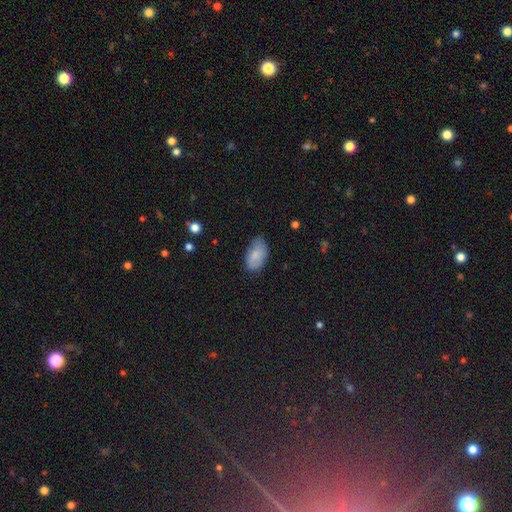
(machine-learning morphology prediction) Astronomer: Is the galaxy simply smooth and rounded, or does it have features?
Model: smooth — 80%.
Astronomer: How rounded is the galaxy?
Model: in between — 94%.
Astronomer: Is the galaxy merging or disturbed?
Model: none — 69%.